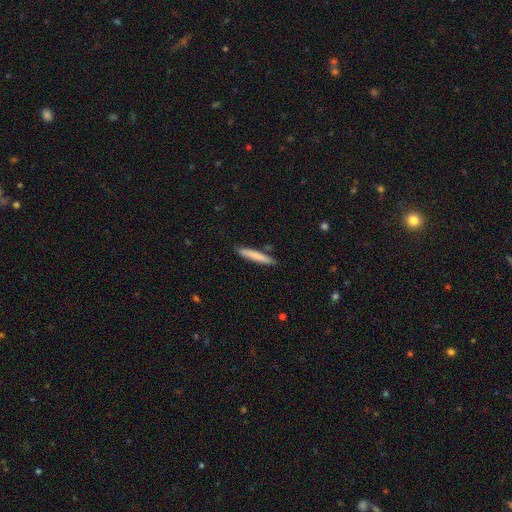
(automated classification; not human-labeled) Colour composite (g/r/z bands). It shows a smooth galaxy with no disk features (76%) that is cigar-shaped (93%). Merging: none (85%).